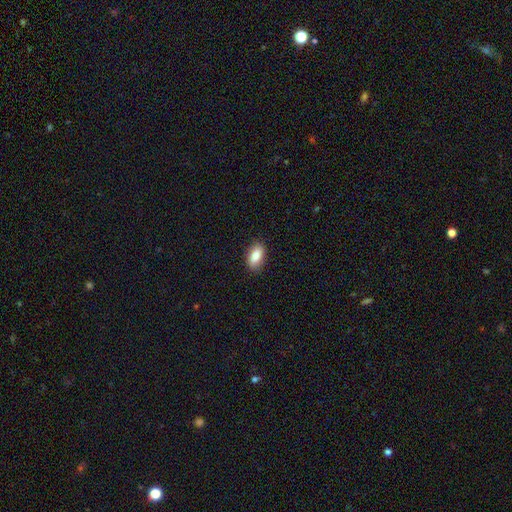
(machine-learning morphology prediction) Smooth or featured? Predicted: smooth (p=0.86). How rounded? Predicted: in between (p=0.91). Merging? Predicted: none (p=0.87).